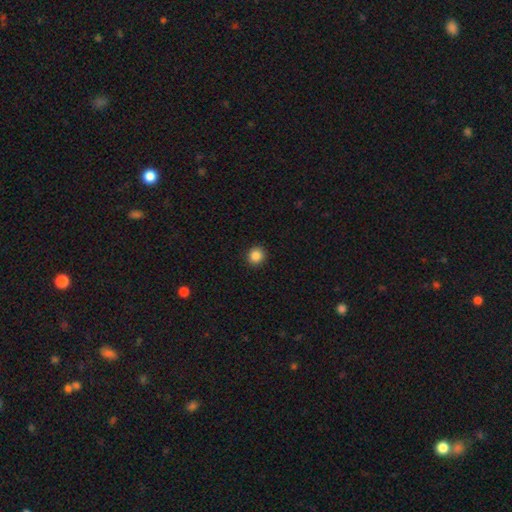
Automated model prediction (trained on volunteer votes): smooth_or_featured: smooth (p=0.86) [alt: star or artifact p=0.10]
how_rounded: round (p=0.92) [alt: in between p=0.07]
merging: none (p=0.93) [alt: minor disturbance p=0.05]